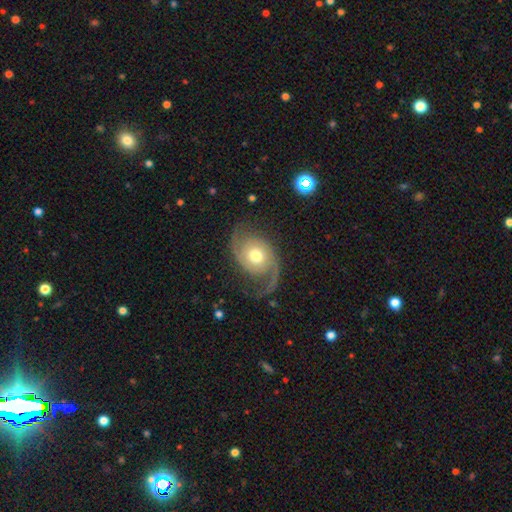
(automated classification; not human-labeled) Smooth or featured? Predicted: featured or disk (p=0.86). Edge-on disk? Predicted: no (p=0.97). Bar? Predicted: no (p=0.72). Spiral arms? Predicted: yes (p=0.96). Spiral winding? Predicted: medium (p=0.43). Spiral arm count? Predicted: 2 (p=0.90). Bulge size? Predicted: moderate (p=0.71). Merging? Predicted: none (p=0.69).